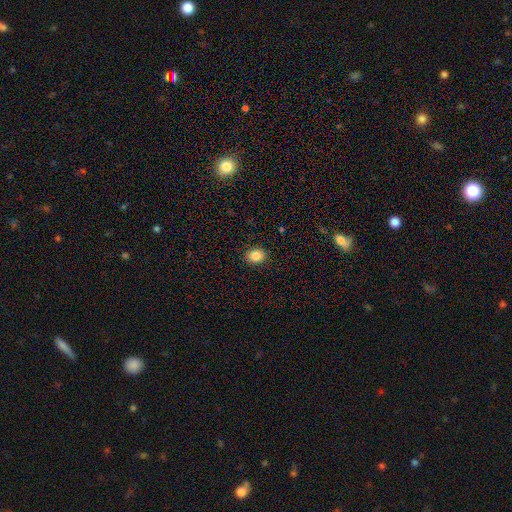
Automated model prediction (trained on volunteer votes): This appears to be a smooth galaxy with no disk features (84%) that is round (59%). Merging: none (90%).